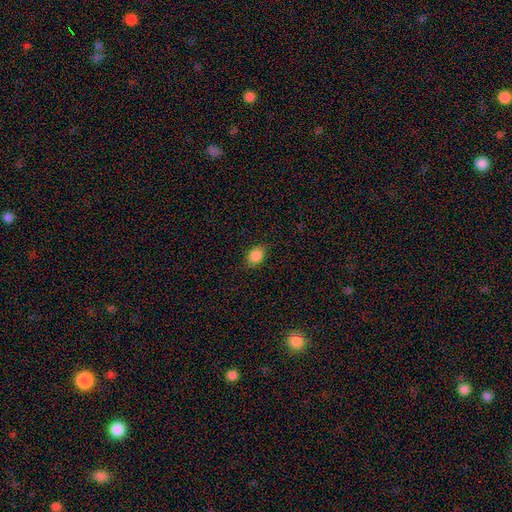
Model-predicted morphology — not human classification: smooth 87%, star or artifact 9%, featured or disk 4%. Down the decision tree: how rounded — in between (73%); merging — none (85%).